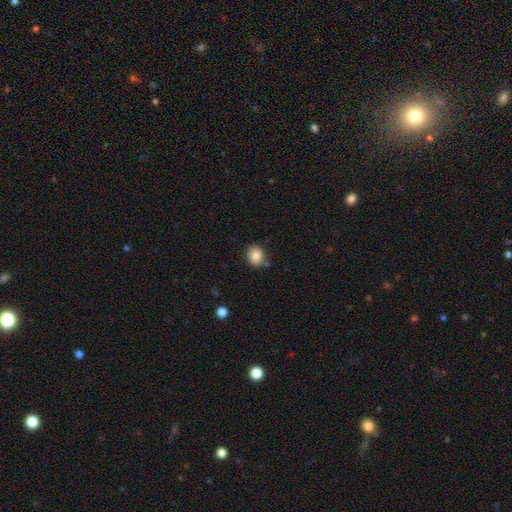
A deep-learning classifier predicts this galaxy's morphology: smooth-or-featured: smooth: 83% | star or artifact: 9% | featured or disk: 7%
  how-rounded: round: 63% | in between: 36% | cigar-shaped: 1%
  merging: none: 79% | minor disturbance: 14% | merger: 5% | major disturbance: 3%